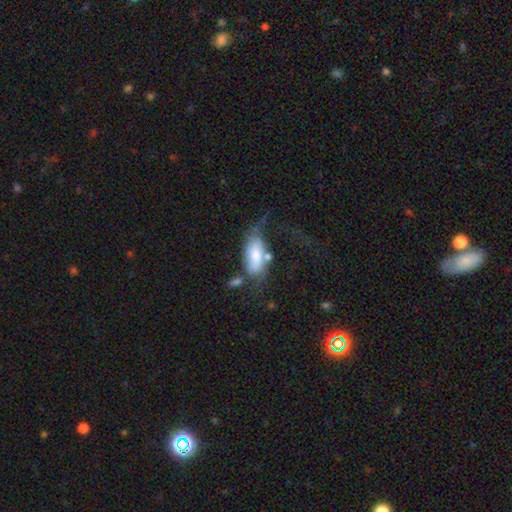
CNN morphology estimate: A smooth galaxy with no disk features (62%) that is in between round and cigar-shaped (88%). Merging: major disturbance (33%).